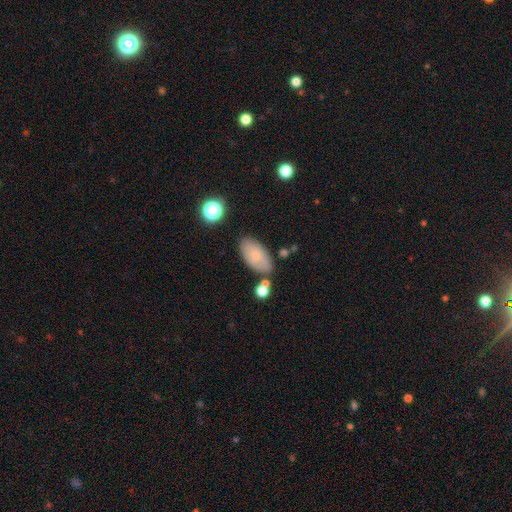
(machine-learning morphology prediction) Overall: smooth (72%). How rounded: in between (93%). Merging: none (73%).